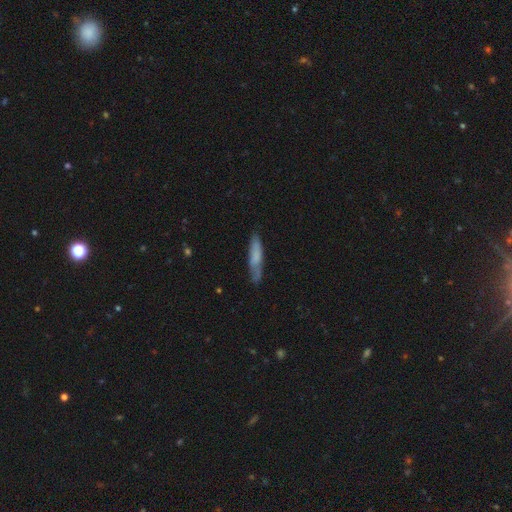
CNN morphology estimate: Overall: smooth (65%; featured or disk 28%). How rounded: cigar-shaped (81%). Merging: none (73%).